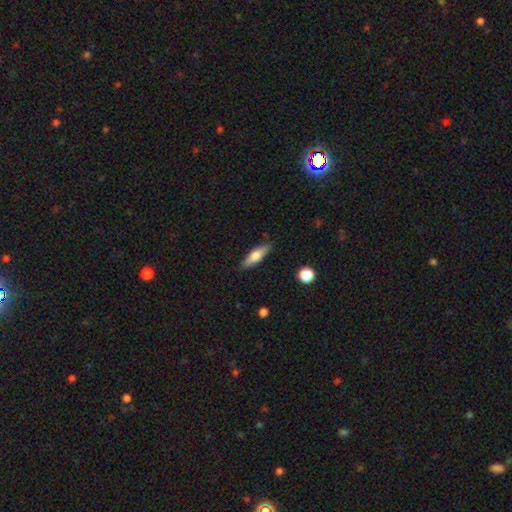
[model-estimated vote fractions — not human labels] Q: Smooth or featured?
A: smooth (67%); runner-up: featured or disk (27%)
Q: How rounded?
A: in between (49%); runner-up: cigar-shaped (48%)
Q: Merging?
A: none (85%); runner-up: minor disturbance (11%)